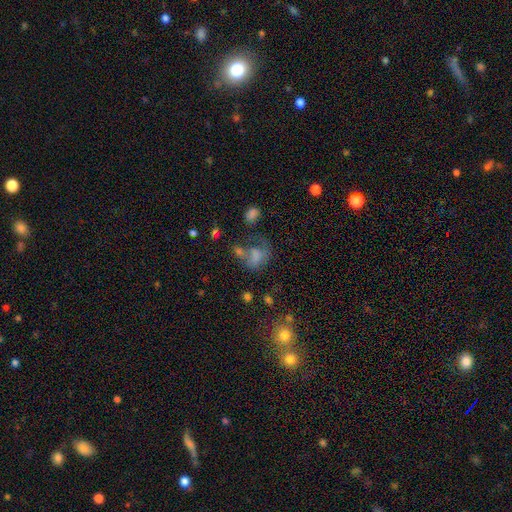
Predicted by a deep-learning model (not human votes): Smooth or featured? Predicted: smooth (p=0.57). How rounded? Predicted: in between (p=0.69). Merging? Predicted: major disturbance (p=0.33).